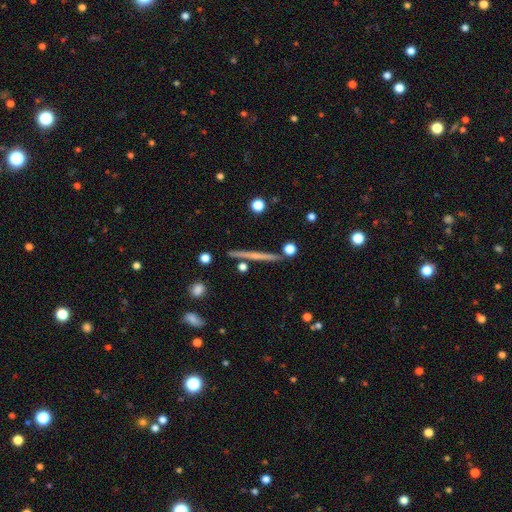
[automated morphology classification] A featured or disk galaxy (62%) viewed edge-on (98%) with no central bulge (65%).

Vote fractions:
- Smooth or featured? featured or disk: 62% / smooth: 31% / star or artifact: 7%
- Edge-on disk? yes: 98% / no: 2%
- Edge-on bulge? none: 65% / rounded: 29% / boxy: 6%
- Merging? none: 89% / minor disturbance: 7% / merger: 3% / major disturbance: 2%